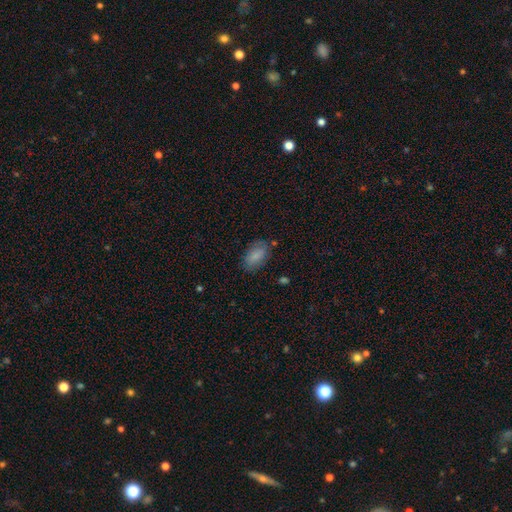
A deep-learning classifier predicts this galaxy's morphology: Smooth or featured?
  - smooth: 83% *
  - featured or disk: 10%
  - star or artifact: 7%
How rounded?
  - in between: 92% *
  - round: 5%
  - cigar-shaped: 2%
Merging?
  - none: 78% *
  - minor disturbance: 16%
  - major disturbance: 4%
  - merger: 2%